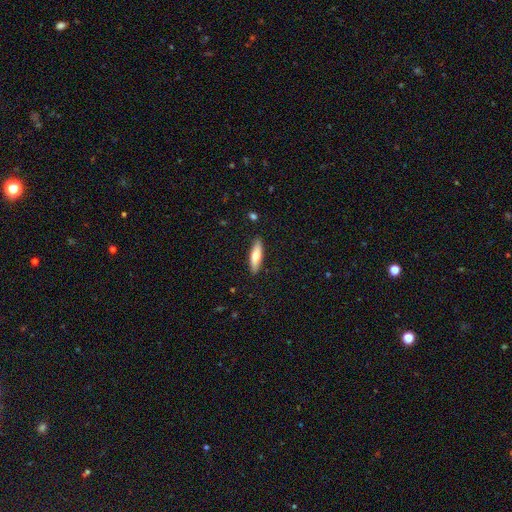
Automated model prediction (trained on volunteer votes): Smooth or featured: smooth — 70% (featured or disk — 25%)
How rounded: cigar-shaped — 64% (in between — 34%)
Merging: none — 89% (minor disturbance — 8%)